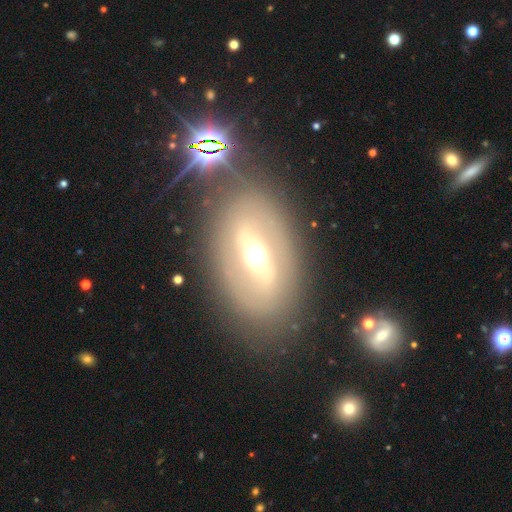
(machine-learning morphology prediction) smooth_or_featured: featured or disk (p=0.65) [alt: smooth p=0.24]
disk_edge_on: no (p=0.88) [alt: yes p=0.12]
bar: strong (p=0.38) [alt: weak p=0.33]
has_spiral_arms: no (p=0.65) [alt: yes p=0.35]
bulge_size: moderate (p=0.66) [alt: large p=0.22]
merging: none (p=0.76) [alt: minor disturbance p=0.12]